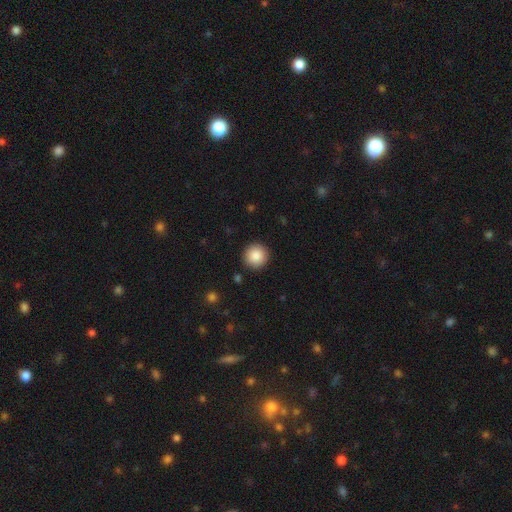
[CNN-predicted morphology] The model was most divided on "smooth or featured": smooth: 87%, star or artifact: 8%, featured or disk: 5%. More confident: how rounded — round (96%); merging — none (92%).